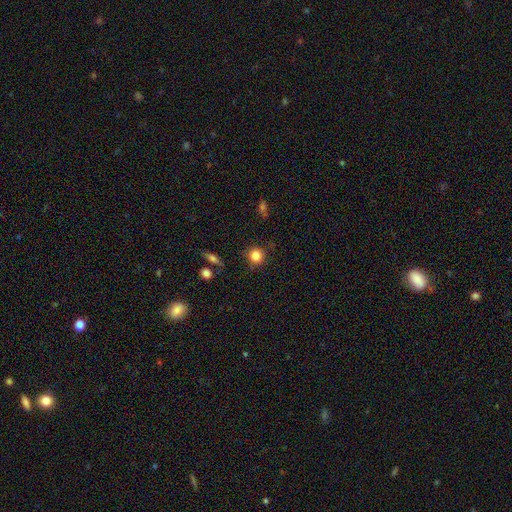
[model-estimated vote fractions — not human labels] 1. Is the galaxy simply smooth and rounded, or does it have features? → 84% smooth, 10% star or artifact, 6% featured or disk.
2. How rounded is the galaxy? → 92% round, 7% in between, 1% cigar-shaped.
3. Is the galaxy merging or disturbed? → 84% none, 10% minor disturbance, 3% major disturbance, 3% merger.